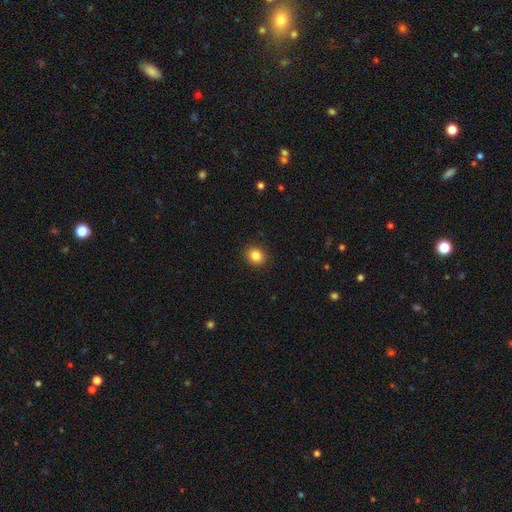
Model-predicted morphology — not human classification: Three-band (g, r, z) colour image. It shows a smooth galaxy with no disk features (85%) that is round (72%). Merging: none (91%).